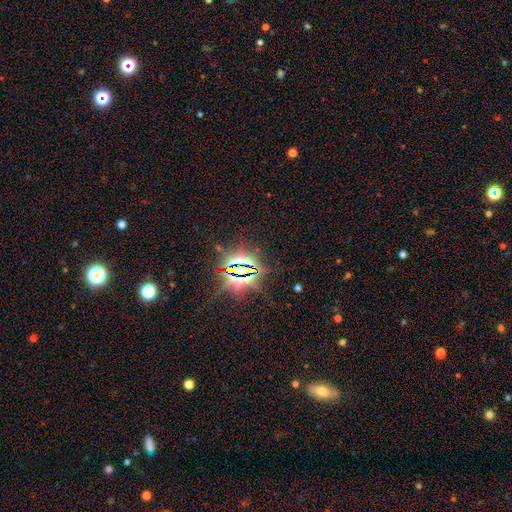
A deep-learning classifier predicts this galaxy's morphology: type=star or artifact (84%).